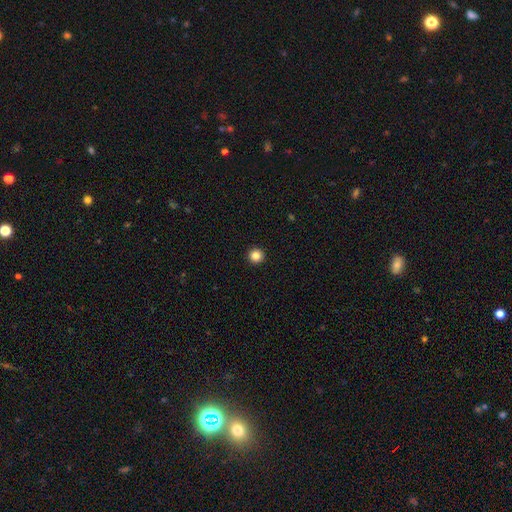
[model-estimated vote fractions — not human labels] This is clearly a smooth galaxy (85%). How rounded: clearly round (96%). Merging: clearly none (94%).